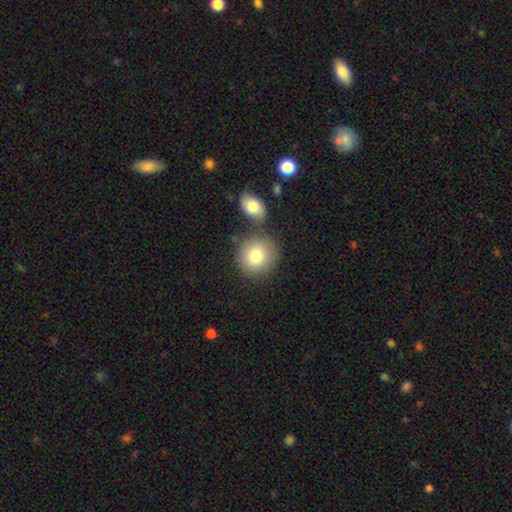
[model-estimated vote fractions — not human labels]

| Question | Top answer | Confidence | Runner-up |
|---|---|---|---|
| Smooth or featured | smooth | 80% | featured or disk (11%) |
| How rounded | round | 86% | in between (13%) |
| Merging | none | 69% | merger (18%) |